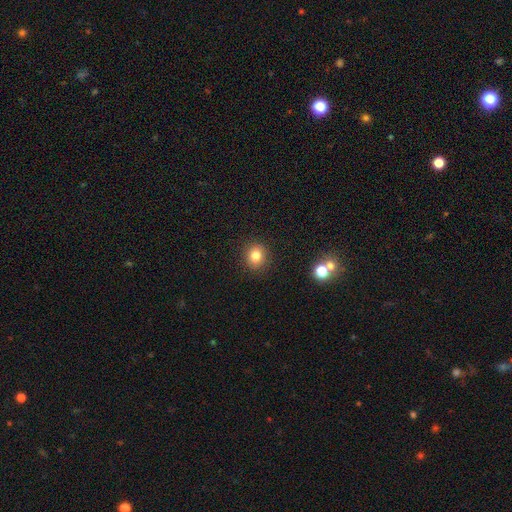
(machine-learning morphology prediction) smooth_or_featured: smooth (p=0.81) [alt: star or artifact p=0.12]
how_rounded: round (p=0.80) [alt: in between p=0.19]
merging: none (p=0.90) [alt: minor disturbance p=0.06]